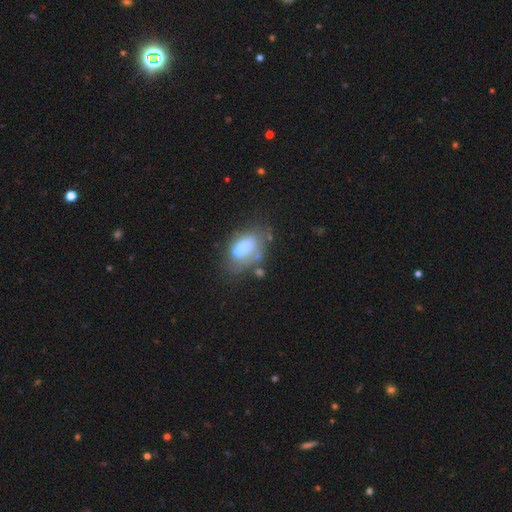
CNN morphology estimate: This appears to be a smooth galaxy with no disk features (53%) that is in between round and cigar-shaped (86%). Merging: none (49%).